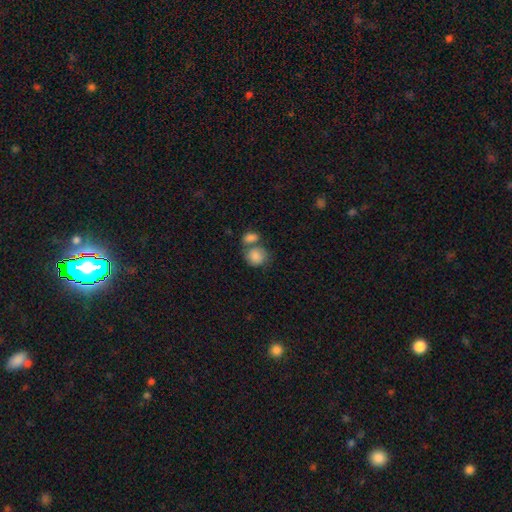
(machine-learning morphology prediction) Smooth or featured? smooth (84%)
How rounded? round (65%)
Merging? merger (49%)